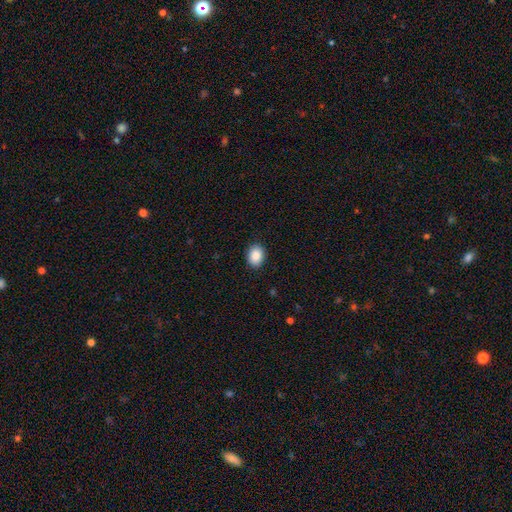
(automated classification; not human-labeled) Overall: smooth (88%). How rounded: in between (55%; round 44%). Merging: none (89%).